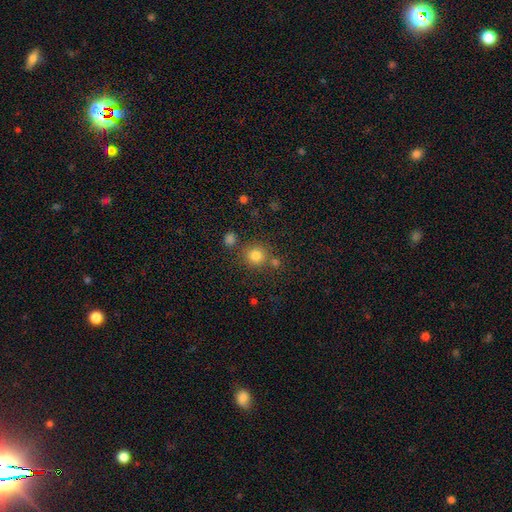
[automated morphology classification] Q: Smooth or featured?
A: smooth (81%); runner-up: star or artifact (13%)
Q: How rounded?
A: round (91%); runner-up: in between (8%)
Q: Merging?
A: none (75%); runner-up: merger (12%)